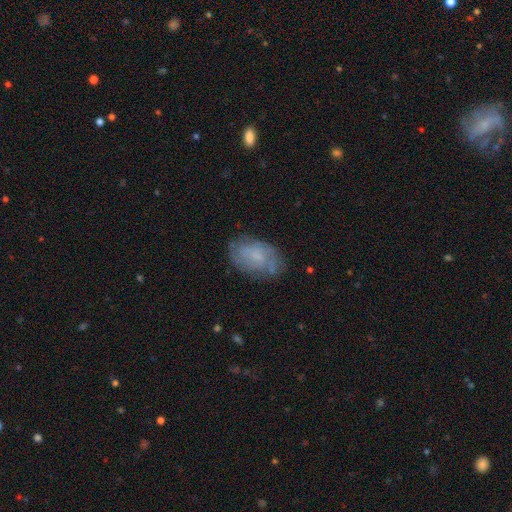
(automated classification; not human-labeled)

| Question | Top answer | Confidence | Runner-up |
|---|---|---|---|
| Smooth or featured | featured or disk | 46% | smooth (45%) |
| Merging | none | 72% | minor disturbance (20%) |